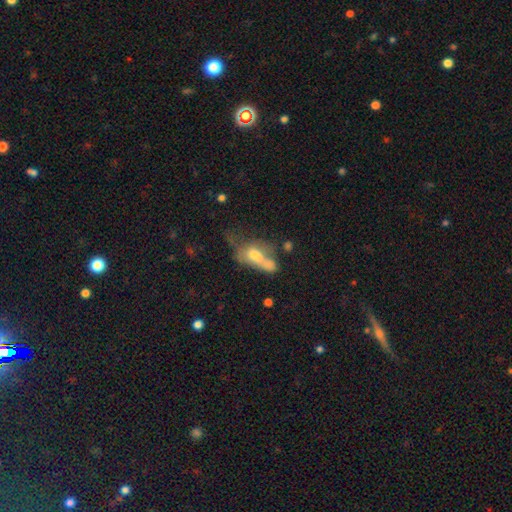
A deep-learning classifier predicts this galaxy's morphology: A smooth galaxy with no disk features (53%) that is in between round and cigar-shaped (76%). Merging: merger (40%).